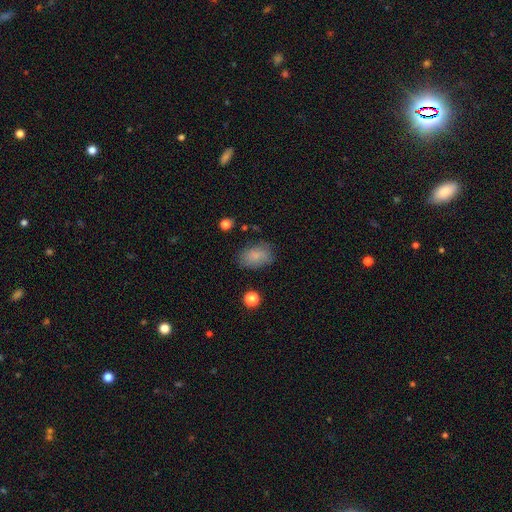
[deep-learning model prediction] smooth 82%, featured or disk 9%, star or artifact 9%. Down the decision tree: how rounded — in between (87%); merging — none (75%).